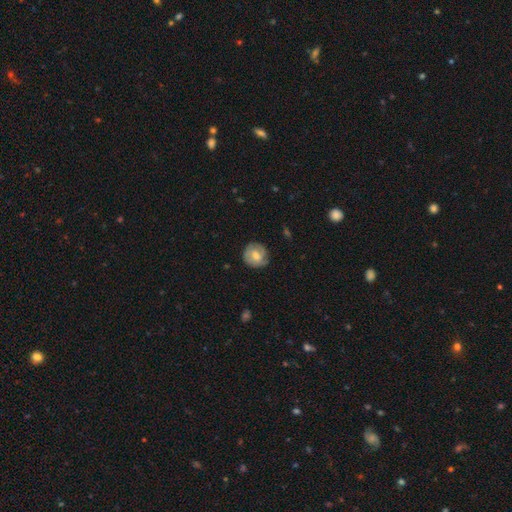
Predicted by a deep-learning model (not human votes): smooth-or-featured: smooth: 52% | featured or disk: 41% | star or artifact: 7%
  how-rounded: round: 88% | in between: 10% | cigar-shaped: 1%
  merging: none: 77% | minor disturbance: 17% | major disturbance: 4% | merger: 1%